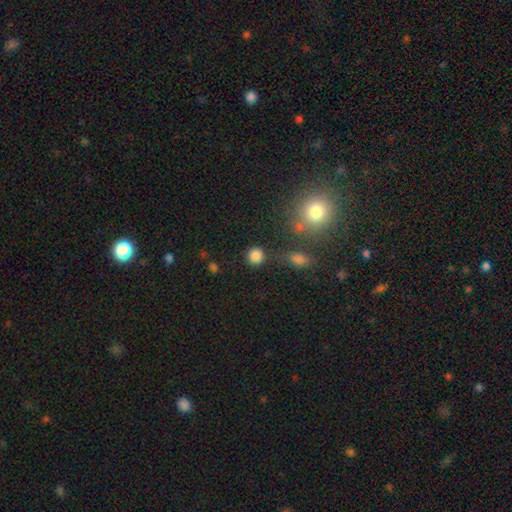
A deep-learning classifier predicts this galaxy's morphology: Smooth or featured? smooth (84%)
How rounded? round (90%)
Merging? none (80%)